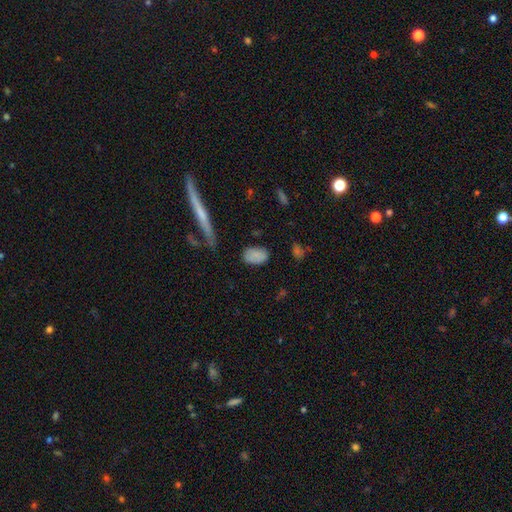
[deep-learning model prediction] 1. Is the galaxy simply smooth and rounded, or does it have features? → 82% smooth, 10% featured or disk, 8% star or artifact.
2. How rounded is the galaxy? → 91% in between, 8% round, 2% cigar-shaped.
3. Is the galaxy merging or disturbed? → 78% none, 15% minor disturbance, 4% major disturbance, 2% merger.